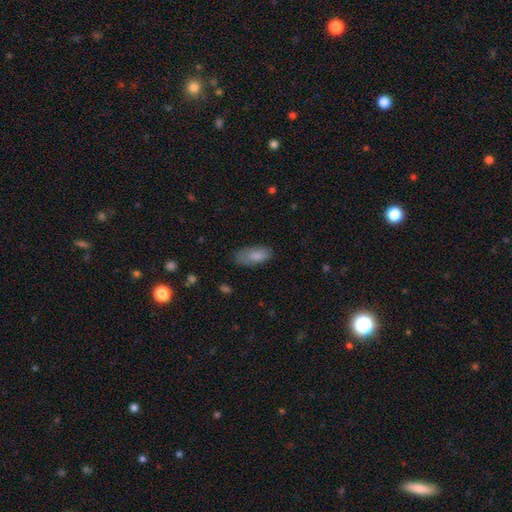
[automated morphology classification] Overall: smooth (84%). How rounded: in between (86%). Merging: none (68%).